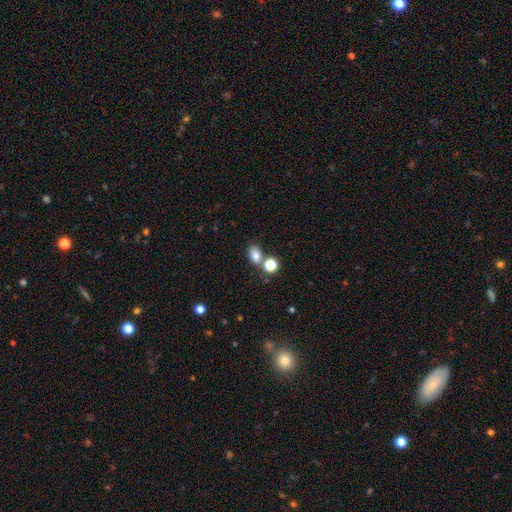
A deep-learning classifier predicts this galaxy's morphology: A smooth galaxy with no disk features (79%) that is in between round and cigar-shaped (72%).

Vote fractions:
- Smooth or featured? smooth: 79% / star or artifact: 13% / featured or disk: 8%
- How rounded? in between: 72% / round: 27% / cigar-shaped: 1%
- Merging? none: 57% / merger: 28% / minor disturbance: 11% / major disturbance: 4%